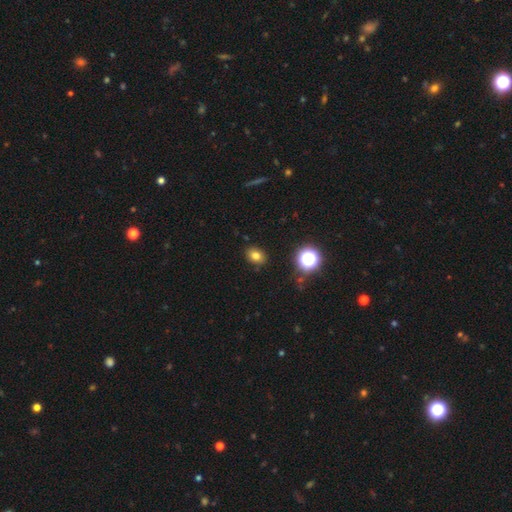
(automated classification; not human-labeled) This is likely a smooth galaxy (77%). How rounded: likely in between (62%). Merging: clearly none (87%).